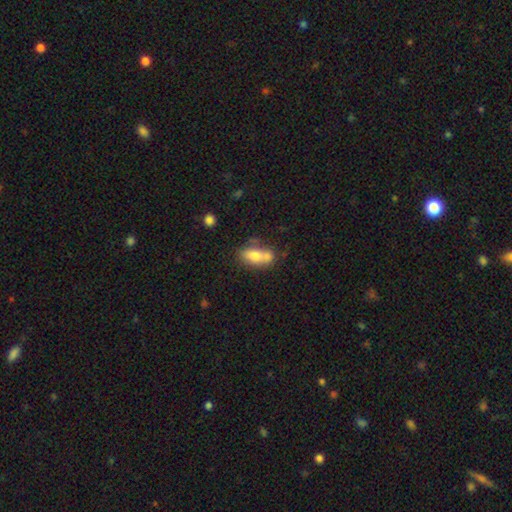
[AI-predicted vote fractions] A smooth galaxy with no disk features (74%) that is in between round and cigar-shaped (82%). Merging: none (40%).